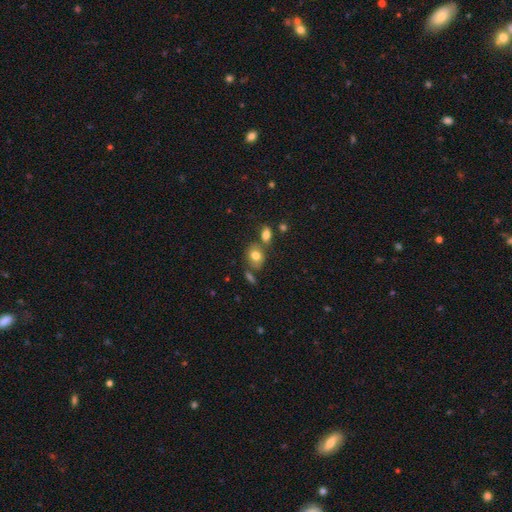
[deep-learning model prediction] Overall: smooth (76%). How rounded: in between (51%; round 48%). Merging: none (58%; merger 21%).